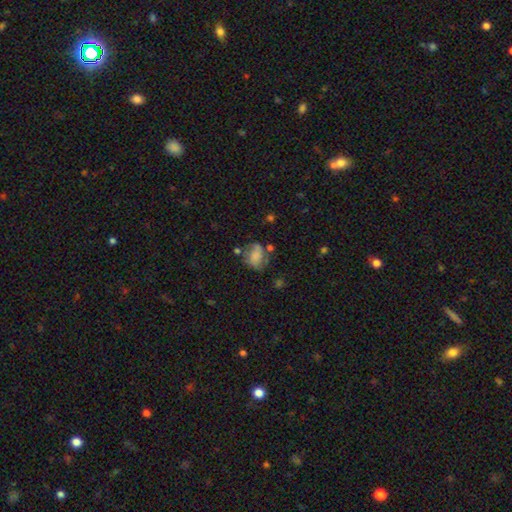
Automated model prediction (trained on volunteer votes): Q: Smooth or featured?
A: smooth (59%); runner-up: featured or disk (30%)
Q: How rounded?
A: in between (64%); runner-up: round (35%)
Q: Merging?
A: none (42%); runner-up: minor disturbance (27%)